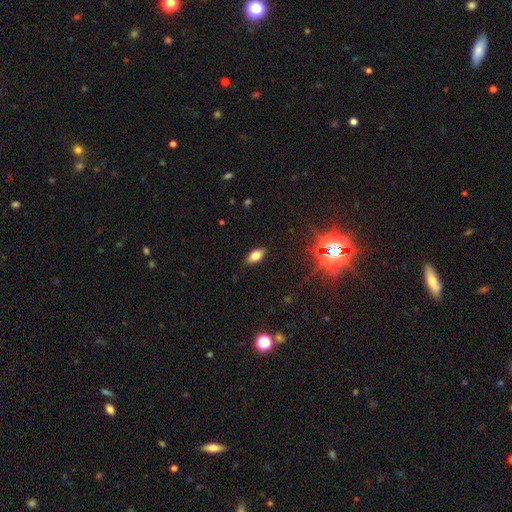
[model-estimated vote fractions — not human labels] Smooth or featured: smooth — 72% (featured or disk — 14%)
How rounded: in between — 88% (cigar-shaped — 8%)
Merging: none — 89% (minor disturbance — 8%)